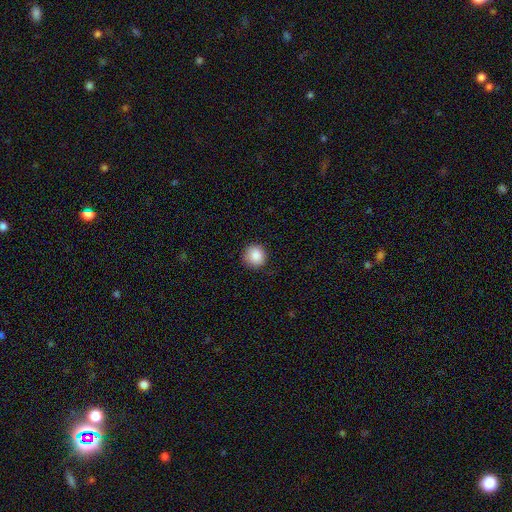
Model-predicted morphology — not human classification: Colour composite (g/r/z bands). It shows a smooth galaxy with no disk features (88%) that is round (92%). Merging: none (88%).